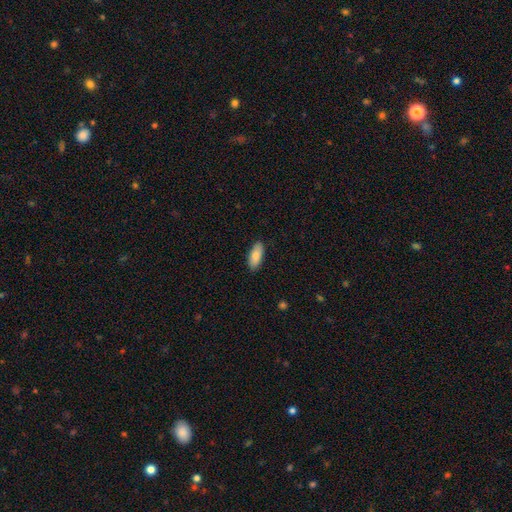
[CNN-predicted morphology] Smooth or featured? smooth (85%)
How rounded? in between (83%)
Merging? none (88%)